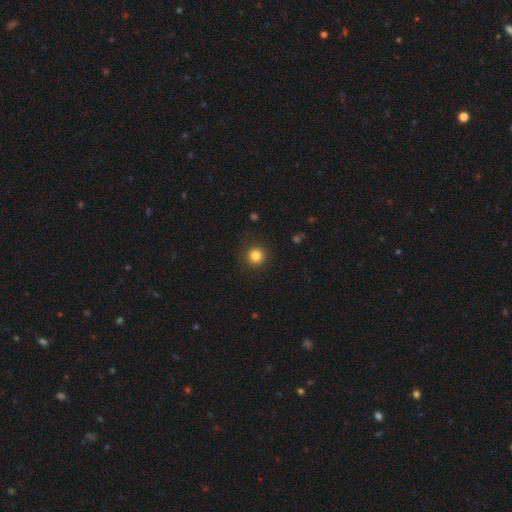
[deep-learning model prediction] A smooth galaxy with no disk features (82%) that is round (95%). Merging: none (92%).